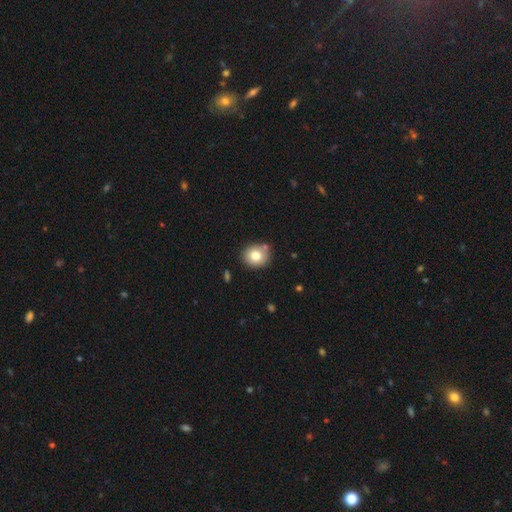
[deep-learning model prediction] Smooth or featured? smooth (77%)
How rounded? round (76%)
Merging? none (79%)